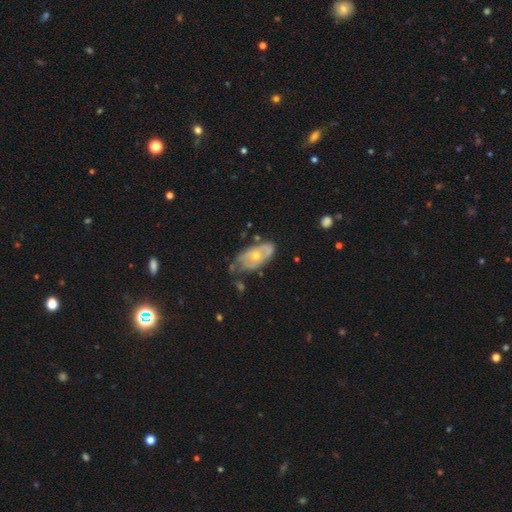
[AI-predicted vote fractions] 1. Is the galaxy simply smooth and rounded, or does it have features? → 63% featured or disk, 30% smooth, 6% star or artifact.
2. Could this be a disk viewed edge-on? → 90% no, 10% yes.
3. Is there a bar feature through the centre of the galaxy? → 82% no, 14% weak, 4% strong.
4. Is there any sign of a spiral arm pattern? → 51% yes, 49% no.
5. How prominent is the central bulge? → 53% moderate, 44% small, 2% large, 1% none, 1% dominant.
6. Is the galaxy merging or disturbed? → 46% none, 36% minor disturbance, 14% major disturbance, 5% merger.